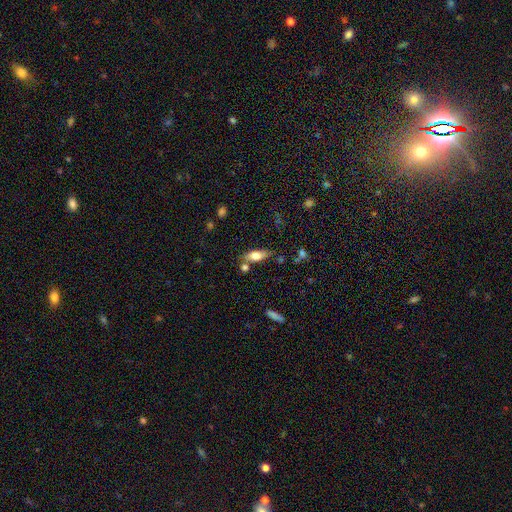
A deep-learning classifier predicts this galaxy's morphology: Smooth or featured? Predicted: smooth (p=0.72). How rounded? Predicted: in between (p=0.74). Merging? Predicted: none (p=0.70).